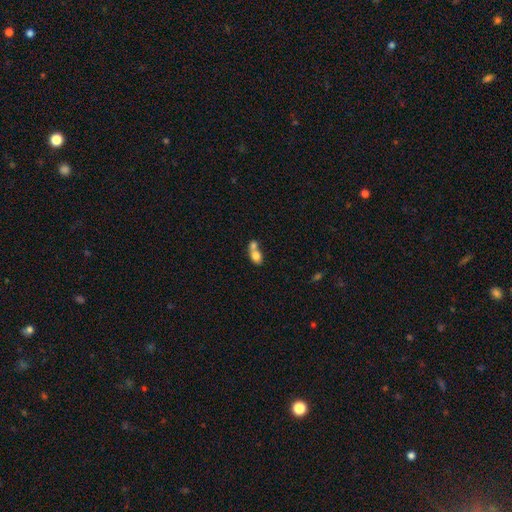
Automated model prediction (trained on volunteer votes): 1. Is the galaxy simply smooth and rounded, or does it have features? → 75% smooth, 16% featured or disk, 9% star or artifact.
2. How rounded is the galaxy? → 64% in between, 34% round, 2% cigar-shaped.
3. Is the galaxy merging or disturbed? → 70% merger, 20% none, 6% minor disturbance, 3% major disturbance.